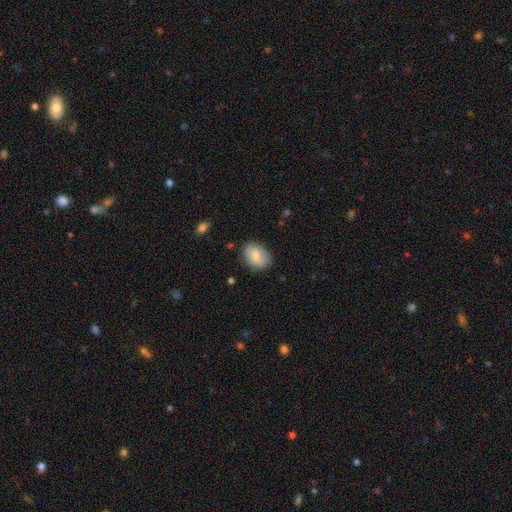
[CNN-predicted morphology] type=smooth (78%); roundness=in between (78%); merging=none (78%).